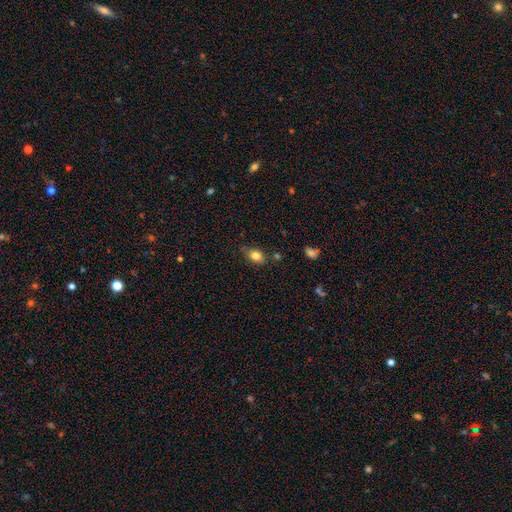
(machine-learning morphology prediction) This appears to be a smooth galaxy with no disk features (82%) that is in between round and cigar-shaped (76%). Merging: none (75%).